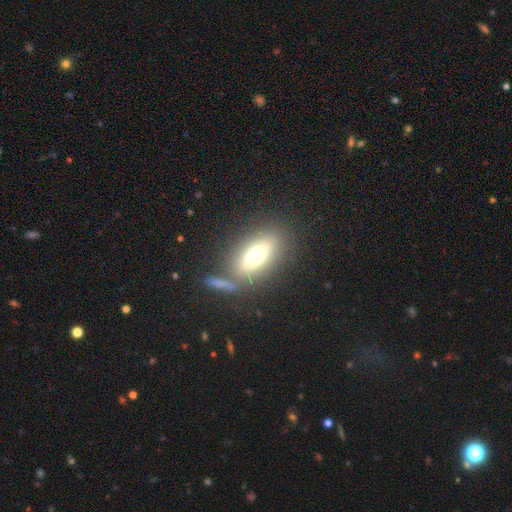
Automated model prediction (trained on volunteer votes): A smooth galaxy with no disk features (65%) that is in between round and cigar-shaped (73%). Merging: none (70%).